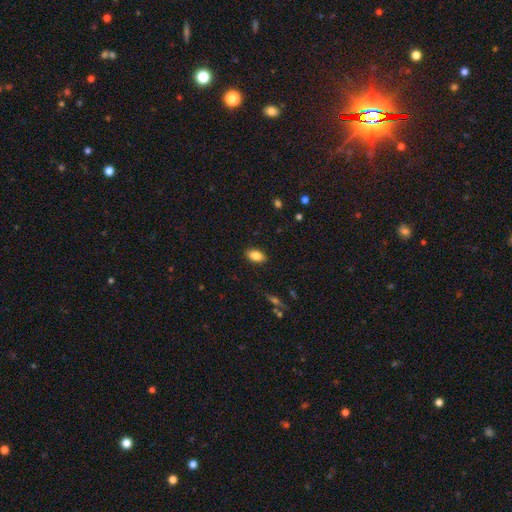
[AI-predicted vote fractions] This is clearly a smooth galaxy (85%). How rounded: clearly in between (91%). Merging: clearly none (88%).